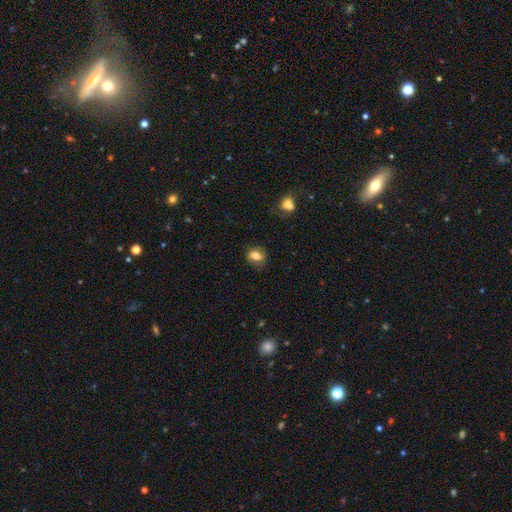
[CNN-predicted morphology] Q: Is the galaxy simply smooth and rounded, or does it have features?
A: smooth — 77%.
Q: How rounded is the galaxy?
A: in between — 51%.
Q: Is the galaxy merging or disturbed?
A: none — 79%.